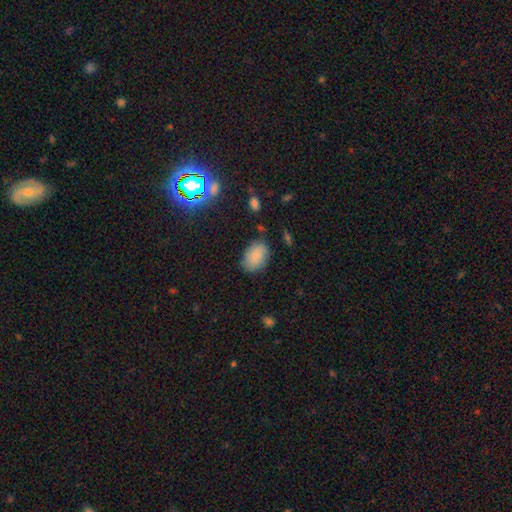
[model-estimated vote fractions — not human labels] smooth_or_featured: smooth (p=0.80) [alt: featured or disk p=0.12]
how_rounded: in between (p=0.83) [alt: round p=0.16]
merging: none (p=0.77) [alt: minor disturbance p=0.17]